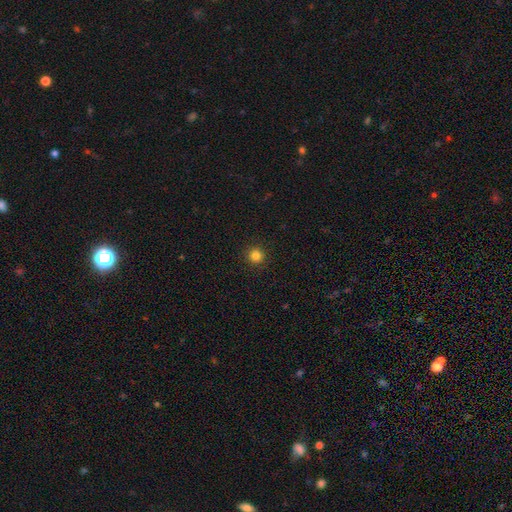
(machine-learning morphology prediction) The model was most divided on "smooth or featured": smooth: 83%, star or artifact: 13%, featured or disk: 4%. More confident: how rounded — round (95%); merging — none (92%).